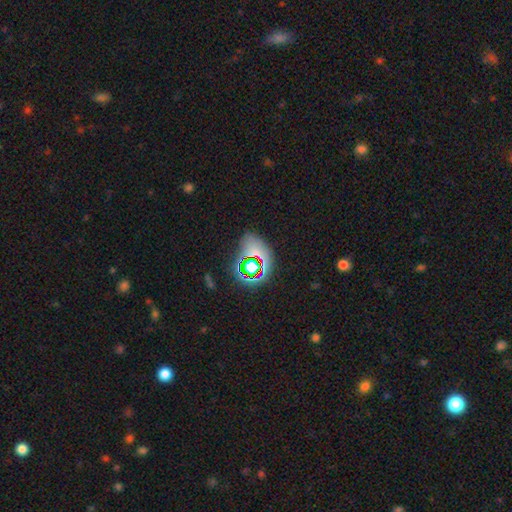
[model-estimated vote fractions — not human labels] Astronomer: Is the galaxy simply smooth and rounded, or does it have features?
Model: smooth — 44% (runner-up: star or artifact, 42%).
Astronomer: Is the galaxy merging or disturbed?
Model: none — 70%.